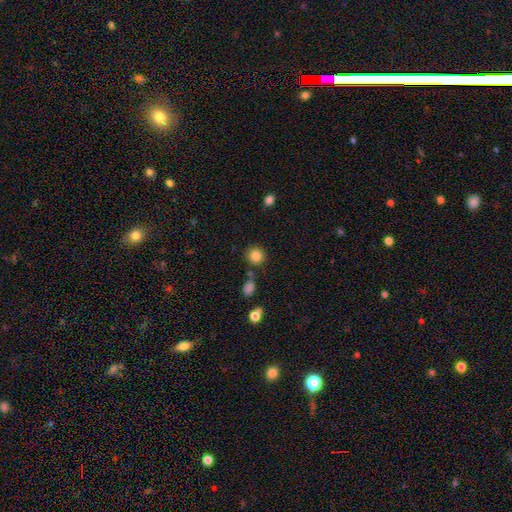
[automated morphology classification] smooth 84%, star or artifact 10%, featured or disk 5%. Down the decision tree: how rounded — round (90%); merging — none (83%).